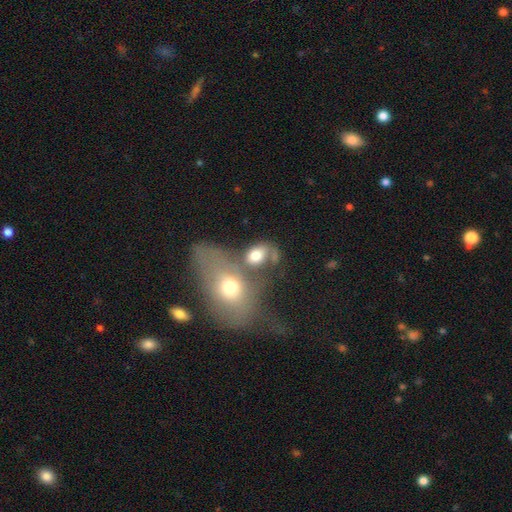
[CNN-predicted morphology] The model was most divided on "merging": merger: 45%, none: 29%, major disturbance: 14%, minor disturbance: 13%. More confident: how rounded — in between (73%); smooth or featured — smooth (66%).